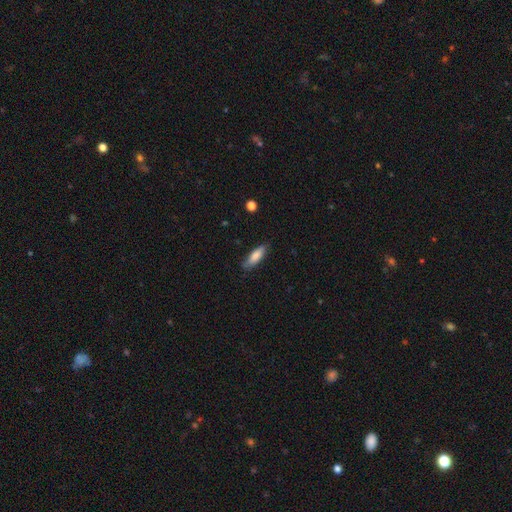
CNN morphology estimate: This appears to be a smooth galaxy with no disk features (79%) that is in between round and cigar-shaped (51%). Merging: none (79%).